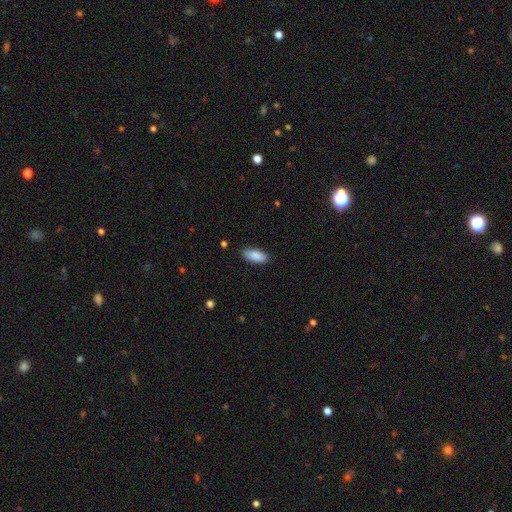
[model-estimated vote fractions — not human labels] This is clearly a smooth galaxy (87%). How rounded: clearly in between (87%). Merging: clearly none (87%).